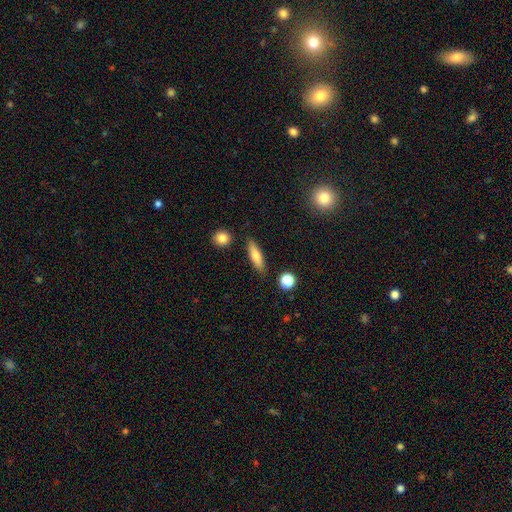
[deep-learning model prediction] Overall: smooth (71%). How rounded: cigar-shaped (66%; in between 31%). Merging: none (86%).